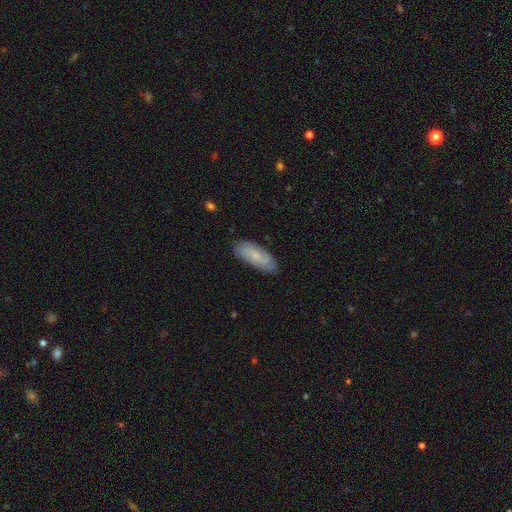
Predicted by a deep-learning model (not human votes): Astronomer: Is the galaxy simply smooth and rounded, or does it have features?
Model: smooth — 54% (runner-up: featured or disk, 39%).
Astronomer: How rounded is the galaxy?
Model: in between — 75%.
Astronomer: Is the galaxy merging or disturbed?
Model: none — 79%.